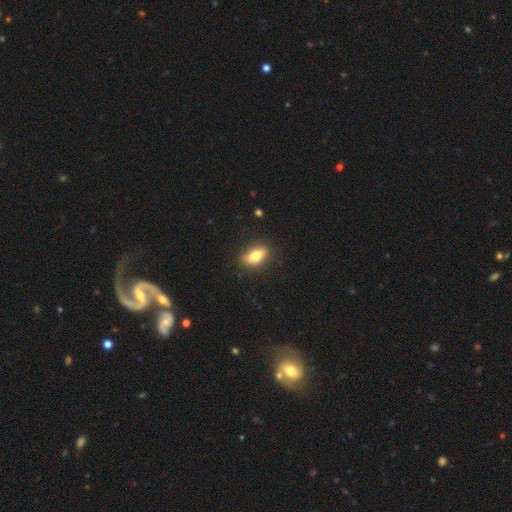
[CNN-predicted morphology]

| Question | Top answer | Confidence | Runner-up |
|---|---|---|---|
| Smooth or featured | smooth | 73% | featured or disk (20%) |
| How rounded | in between | 83% | round (9%) |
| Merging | none | 81% | minor disturbance (15%) |